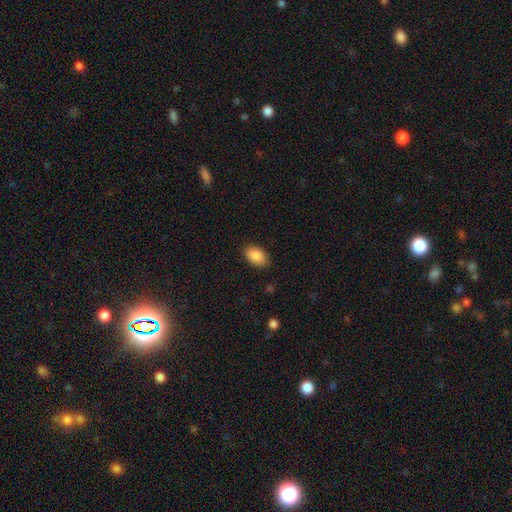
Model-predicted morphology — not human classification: Smooth or featured? Predicted: smooth (p=0.89). How rounded? Predicted: in between (p=0.92). Merging? Predicted: none (p=0.86).